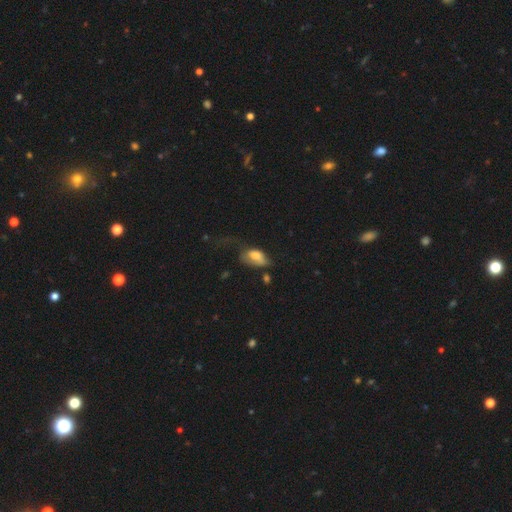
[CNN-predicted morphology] smooth-or-featured: smooth: 71% | featured or disk: 22% | star or artifact: 8%
  how-rounded: in between: 91% | round: 6% | cigar-shaped: 3%
  merging: major disturbance: 49% | minor disturbance: 26% | none: 20% | merger: 5%